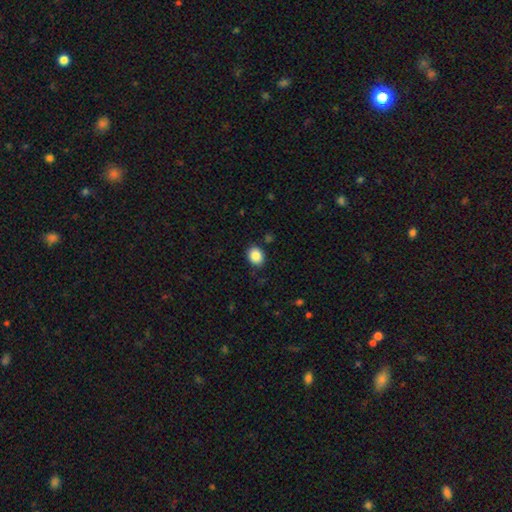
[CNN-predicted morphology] The model was most divided on "how rounded": round: 53%, in between: 46%, cigar-shaped: 1%. More confident: smooth or featured — smooth (87%); merging — none (87%).